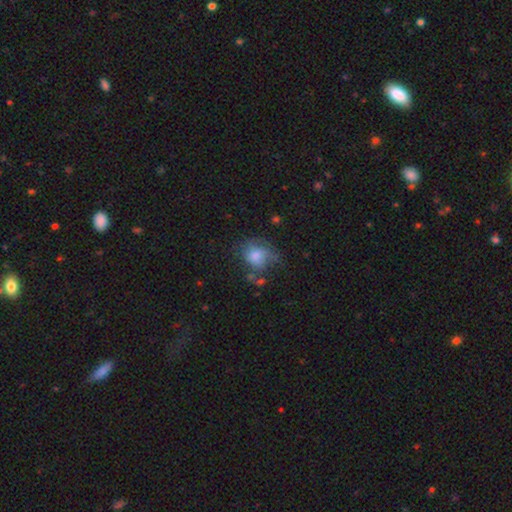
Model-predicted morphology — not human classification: type=smooth (64%); roundness=round (52%); merging=none (40%).